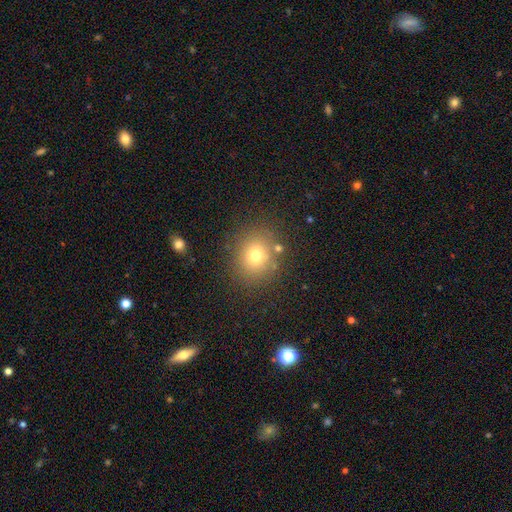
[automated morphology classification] This is likely a smooth galaxy (72%). How rounded: likely round (74%). Merging: clearly none (82%).